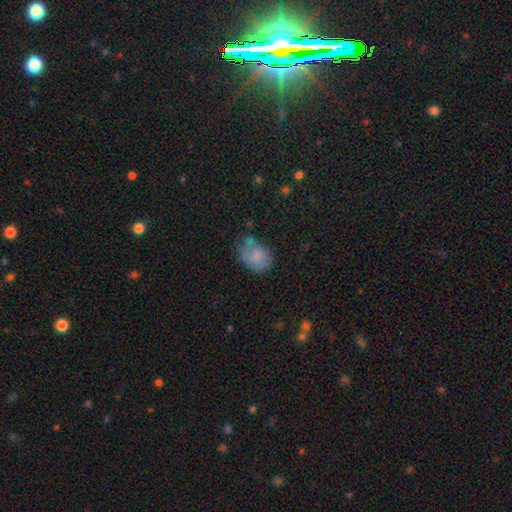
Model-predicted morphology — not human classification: Smooth or featured: smooth — 78% (featured or disk — 13%)
How rounded: in between — 73% (round — 26%)
Merging: none — 46% (minor disturbance — 37%)